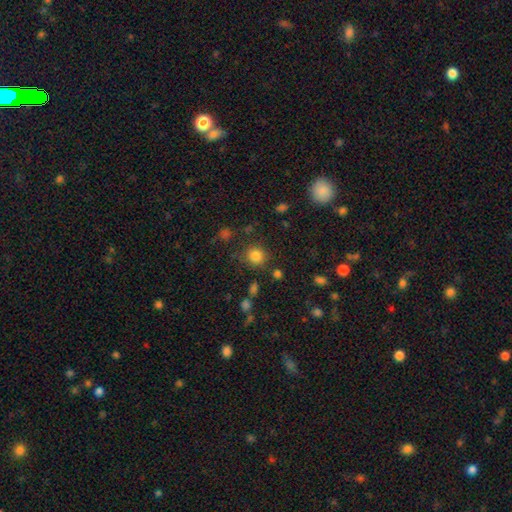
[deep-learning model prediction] A smooth galaxy with no disk features (82%) that is round (91%).

Vote fractions:
- Smooth or featured? smooth: 82% / star or artifact: 13% / featured or disk: 5%
- How rounded? round: 91% / in between: 8% / cigar-shaped: 1%
- Merging? none: 81% / minor disturbance: 10% / merger: 5% / major disturbance: 4%